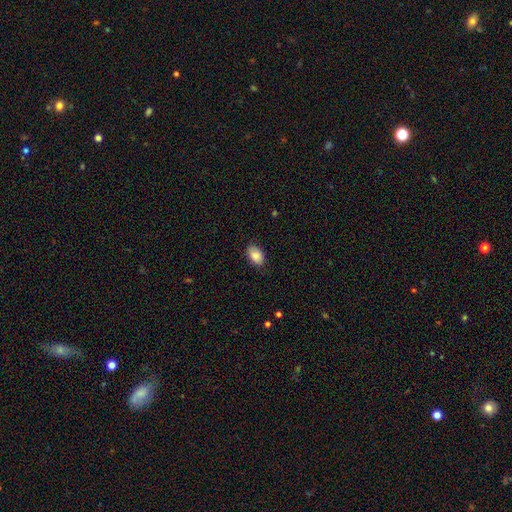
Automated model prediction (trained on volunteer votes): Overall: smooth (86%). How rounded: in between (90%). Merging: none (87%).